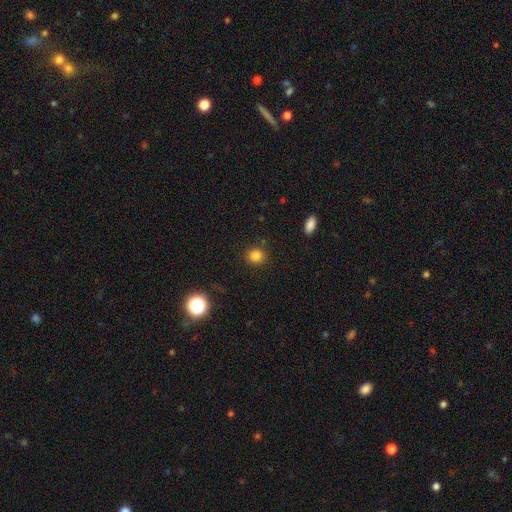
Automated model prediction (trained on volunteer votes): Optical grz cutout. It shows a smooth galaxy with no disk features (83%) that is round (86%). Merging: none (90%).